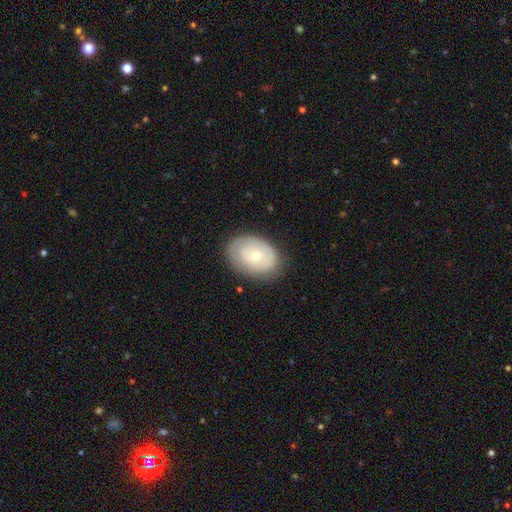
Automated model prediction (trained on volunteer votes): Smooth or featured: smooth — 58% (featured or disk — 36%)
How rounded: in between — 80% (round — 19%)
Merging: none — 77% (minor disturbance — 17%)